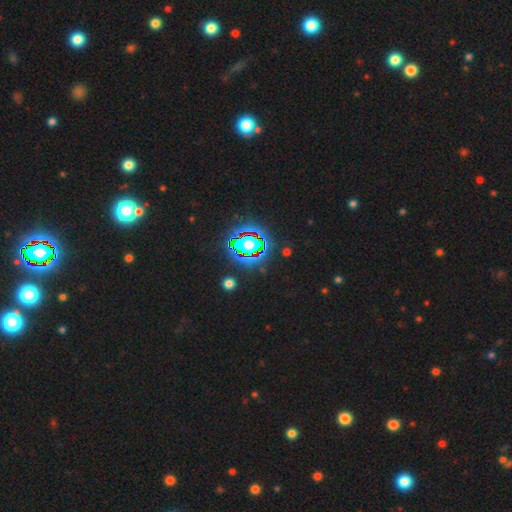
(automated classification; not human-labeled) A star or artifact, not a galaxy (84%).